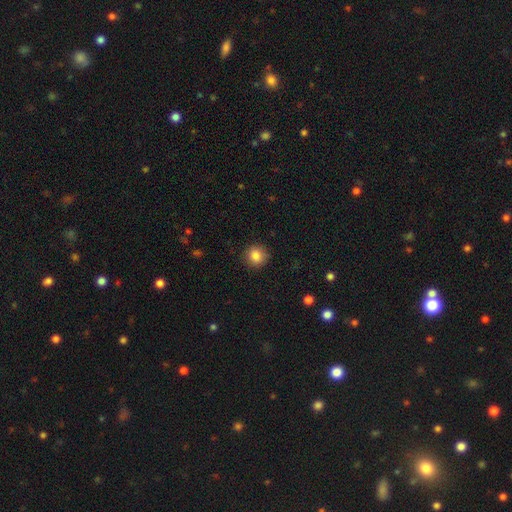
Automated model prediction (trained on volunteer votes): Morphology: type=smooth (86%); roundness=round (91%); merging=none (90%).